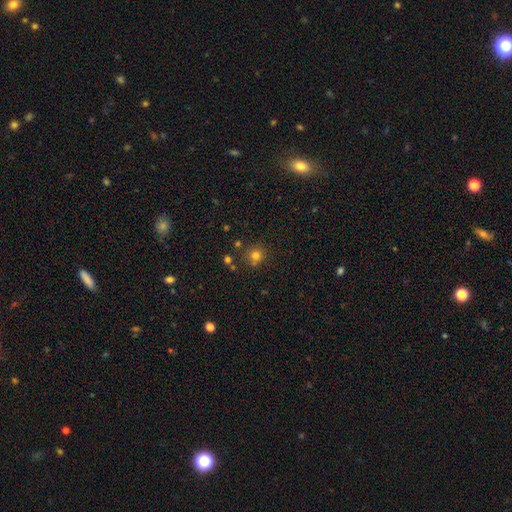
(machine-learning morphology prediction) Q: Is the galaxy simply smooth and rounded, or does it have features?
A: smooth — 75%.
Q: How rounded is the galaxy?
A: round — 92%.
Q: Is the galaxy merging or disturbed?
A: none — 78%.